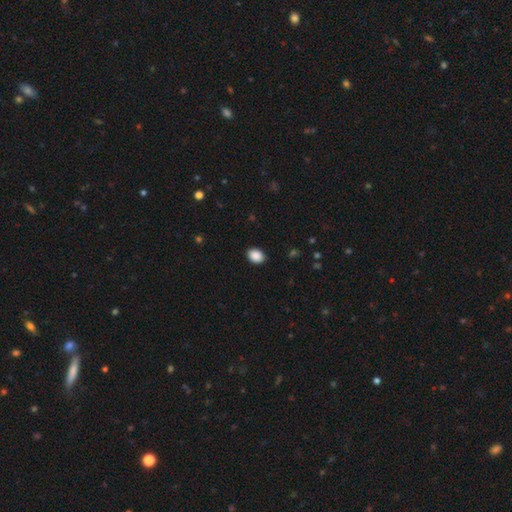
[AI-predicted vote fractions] A smooth galaxy with no disk features (90%) that is in between round and cigar-shaped (71%).

Vote fractions:
- Smooth or featured? smooth: 90% / star or artifact: 8% / featured or disk: 2%
- How rounded? in between: 71% / round: 28% / cigar-shaped: 1%
- Merging? none: 90% / minor disturbance: 8% / major disturbance: 2% / merger: 1%